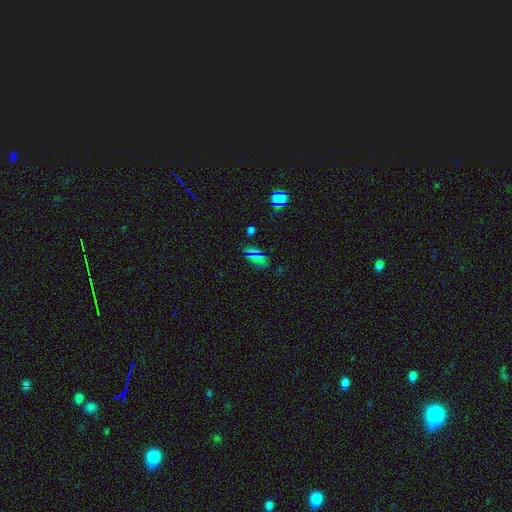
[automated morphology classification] smooth 53%, star or artifact 36%, featured or disk 11%. Down the decision tree: how rounded — in between (75%); merging — none (76%).